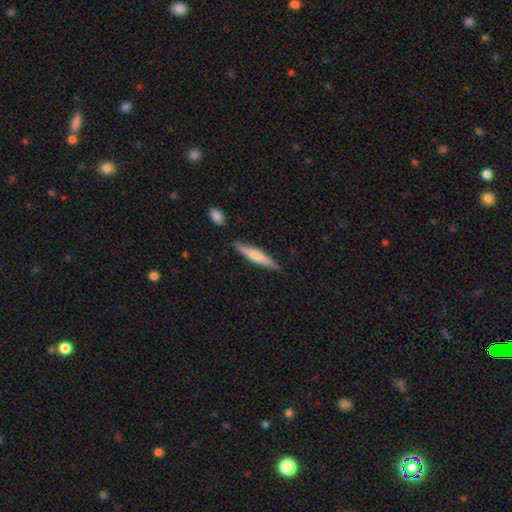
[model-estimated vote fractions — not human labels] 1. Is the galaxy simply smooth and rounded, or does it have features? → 55% smooth, 40% featured or disk, 5% star or artifact.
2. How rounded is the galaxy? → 90% cigar-shaped, 8% in between, 1% round.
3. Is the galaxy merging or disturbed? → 84% none, 11% minor disturbance, 3% merger, 2% major disturbance.